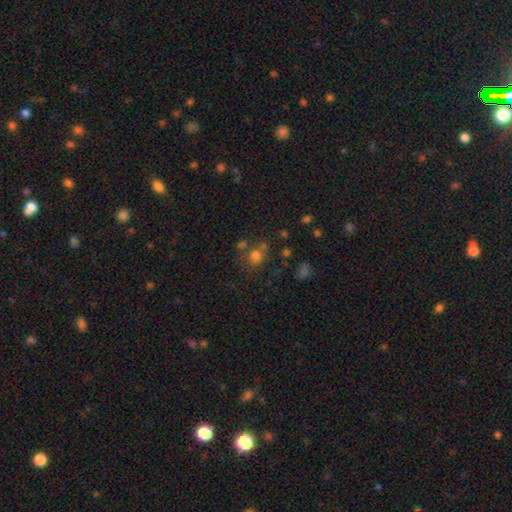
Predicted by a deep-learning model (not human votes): Q: Smooth or featured?
A: smooth (74%); runner-up: star or artifact (16%)
Q: How rounded?
A: round (74%); runner-up: in between (25%)
Q: Merging?
A: none (61%); runner-up: merger (16%)